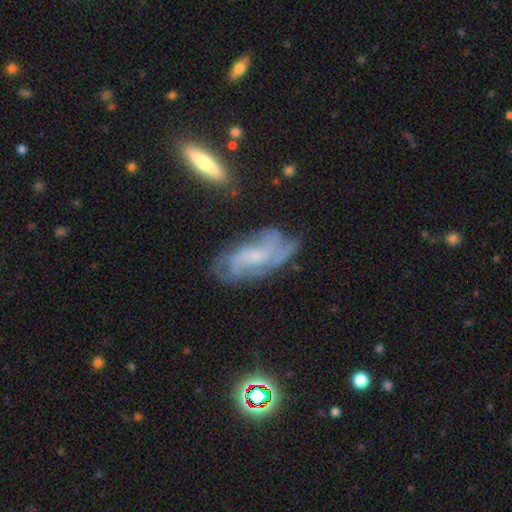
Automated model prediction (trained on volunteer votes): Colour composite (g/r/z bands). It shows a featured or disk galaxy (73%) with no bar (56%), medium (41%) spiral arms (88%) and a small central bulge (42%). Merging: none (63%).